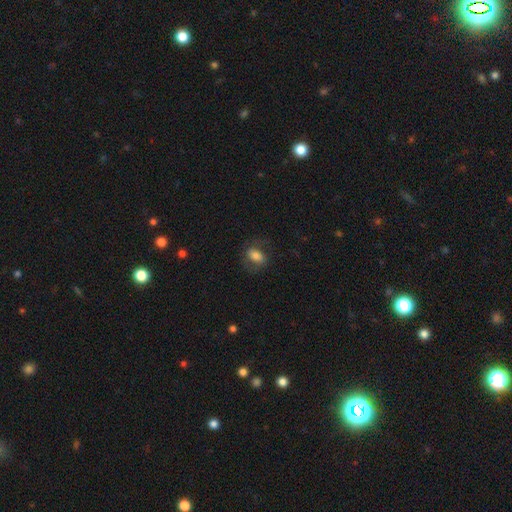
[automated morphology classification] smooth 67%, featured or disk 24%, star or artifact 8%. Down the decision tree: how rounded — in between (80%); merging — none (66%).